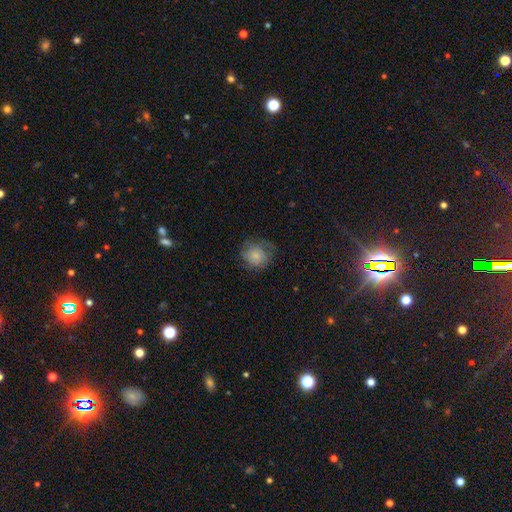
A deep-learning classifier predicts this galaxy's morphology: A smooth galaxy with no disk features (58%) that is round (79%).

Vote fractions:
- Smooth or featured? smooth: 58% / featured or disk: 33% / star or artifact: 9%
- How rounded? round: 79% / in between: 20% / cigar-shaped: 1%
- Merging? none: 60% / minor disturbance: 24% / major disturbance: 14% / merger: 1%